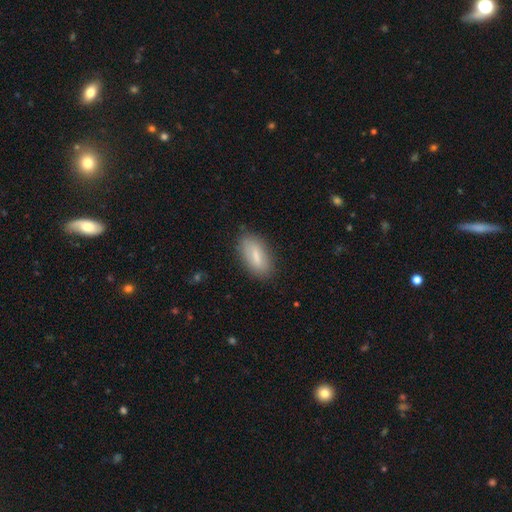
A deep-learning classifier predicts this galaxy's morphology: Smooth or featured?
  - smooth: 72% *
  - featured or disk: 21%
  - star or artifact: 7%
How rounded?
  - in between: 82% *
  - cigar-shaped: 15%
  - round: 3%
Merging?
  - none: 82% *
  - minor disturbance: 14%
  - major disturbance: 3%
  - merger: 1%